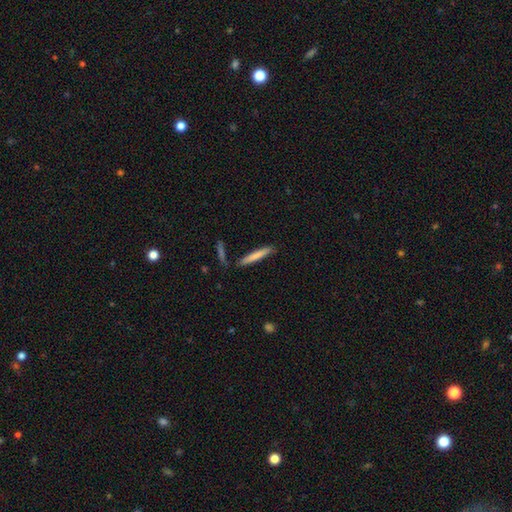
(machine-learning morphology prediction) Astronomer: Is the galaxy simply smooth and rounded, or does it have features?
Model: smooth — 75%.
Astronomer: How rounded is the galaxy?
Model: cigar-shaped — 94%.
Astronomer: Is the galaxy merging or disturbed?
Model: none — 84%.